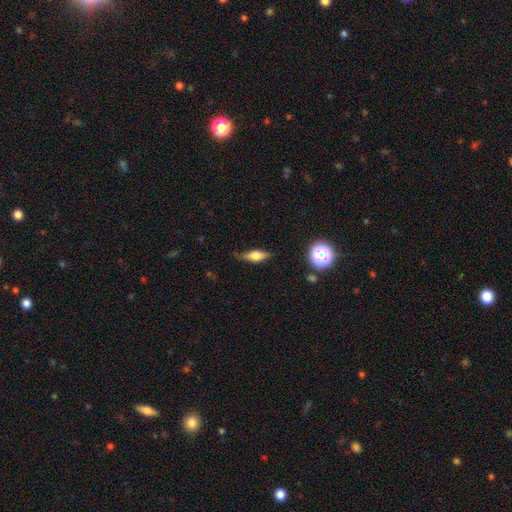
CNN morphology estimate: Q: Smooth or featured?
A: featured or disk (47%); runner-up: smooth (44%)
Q: Merging?
A: none (75%); runner-up: minor disturbance (19%)